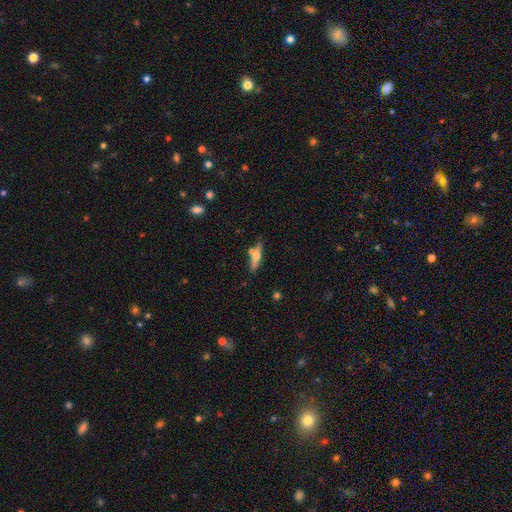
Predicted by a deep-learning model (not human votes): smooth_or_featured: smooth (p=0.49) [alt: featured or disk p=0.45]
merging: none (p=0.68) [alt: minor disturbance p=0.15]